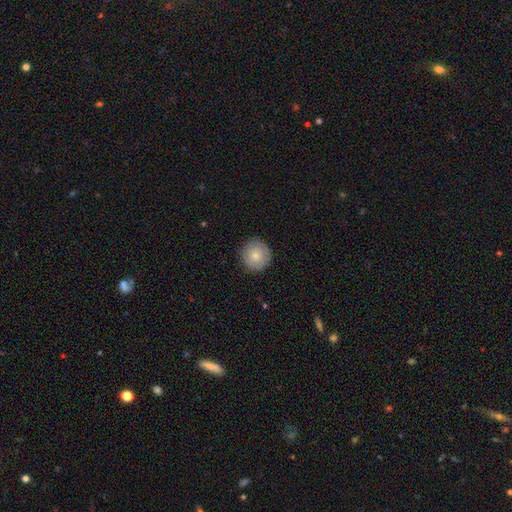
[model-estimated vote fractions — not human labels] The model was most divided on "smooth or featured": smooth: 78%, featured or disk: 15%, star or artifact: 7%. More confident: how rounded — round (96%); merging — none (89%).